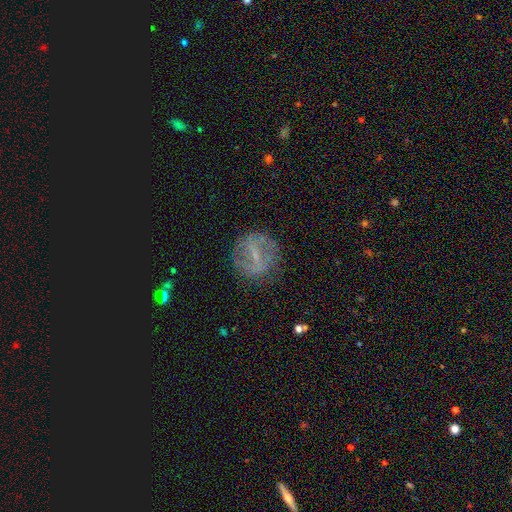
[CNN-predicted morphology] A featured or disk galaxy (62%) with a strong bar (48%), spiral arms (52%) and a small central bulge (51%).

Vote fractions:
- Smooth or featured? featured or disk: 62% / smooth: 27% / star or artifact: 12%
- Edge-on disk? no: 92% / yes: 8%
- Bar? strong: 48% / weak: 37% / no: 15%
- Spiral arms? yes: 52% / no: 48%
- Bulge size? small: 51% / none: 34% / moderate: 13% / large: 1% / dominant: 1%
- Merging? none: 77% / minor disturbance: 14% / major disturbance: 8% / merger: 2%